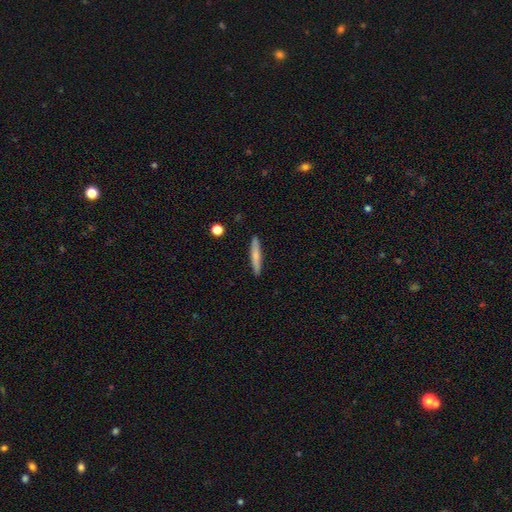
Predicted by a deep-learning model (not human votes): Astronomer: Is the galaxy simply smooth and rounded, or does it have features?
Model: smooth — 70%.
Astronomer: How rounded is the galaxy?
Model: cigar-shaped — 92%.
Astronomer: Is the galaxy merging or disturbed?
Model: none — 90%.